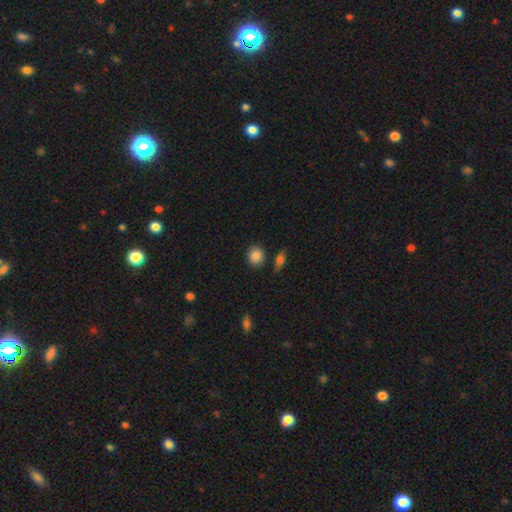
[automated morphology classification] Smooth or featured? smooth (86%)
How rounded? round (74%)
Merging? none (82%)